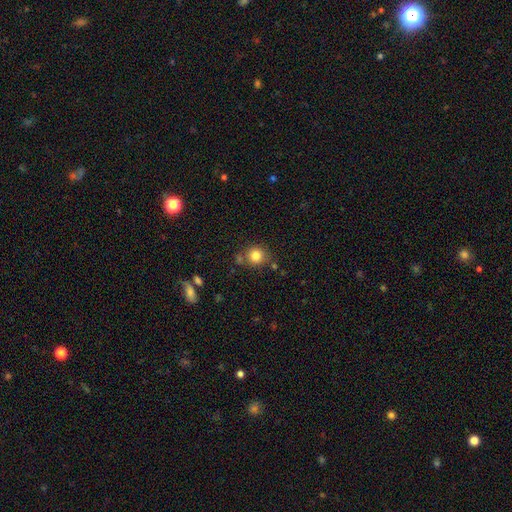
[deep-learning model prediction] Morphology: type=smooth (83%); roundness=round (87%); merging=none (73%).